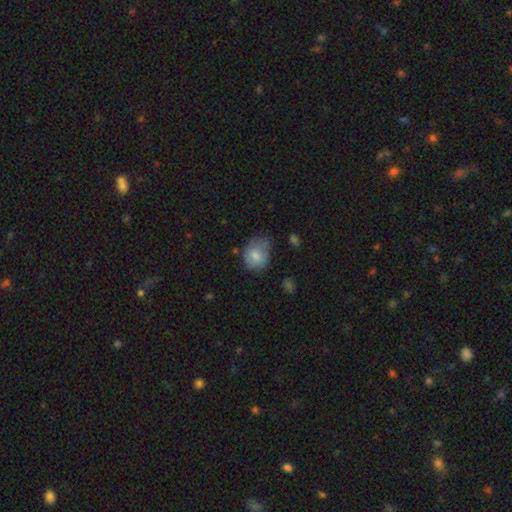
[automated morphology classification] smooth-or-featured: smooth: 79% | featured or disk: 13% | star or artifact: 8%
  how-rounded: in between: 55% | round: 44% | cigar-shaped: 1%
  merging: none: 47% | minor disturbance: 36% | major disturbance: 14% | merger: 3%